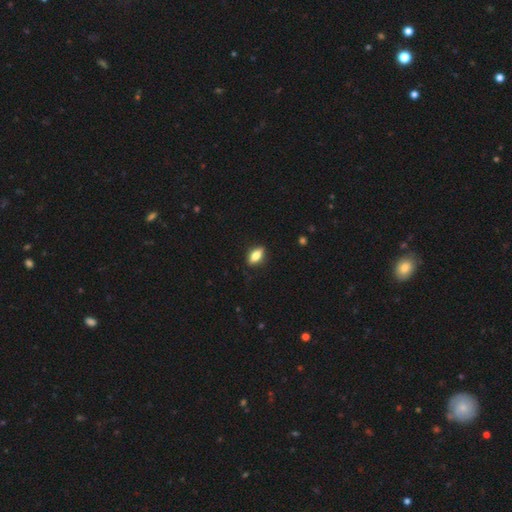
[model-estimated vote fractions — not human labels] A smooth galaxy with no disk features (75%) that is in between round and cigar-shaped (81%).

Vote fractions:
- Smooth or featured? smooth: 75% / featured or disk: 18% / star or artifact: 7%
- How rounded? in between: 81% / cigar-shaped: 13% / round: 5%
- Merging? none: 86% / minor disturbance: 10% / major disturbance: 2% / merger: 1%